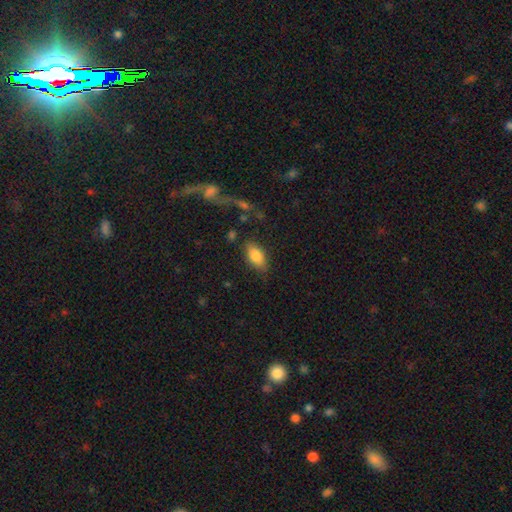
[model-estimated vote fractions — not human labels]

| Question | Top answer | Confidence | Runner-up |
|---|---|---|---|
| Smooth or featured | smooth | 82% | featured or disk (11%) |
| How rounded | in between | 88% | cigar-shaped (8%) |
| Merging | none | 80% | minor disturbance (14%) |